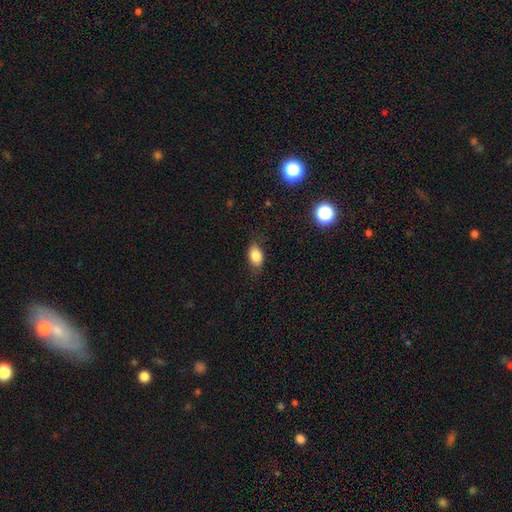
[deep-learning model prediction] Morphology: type=smooth (83%); roundness=in between (86%); merging=none (76%).